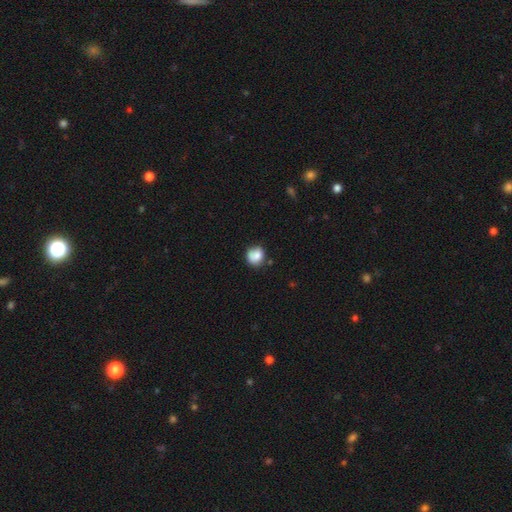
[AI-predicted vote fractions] Smooth or featured? Predicted: smooth (p=0.83). How rounded? Predicted: round (p=0.83). Merging? Predicted: none (p=0.67).